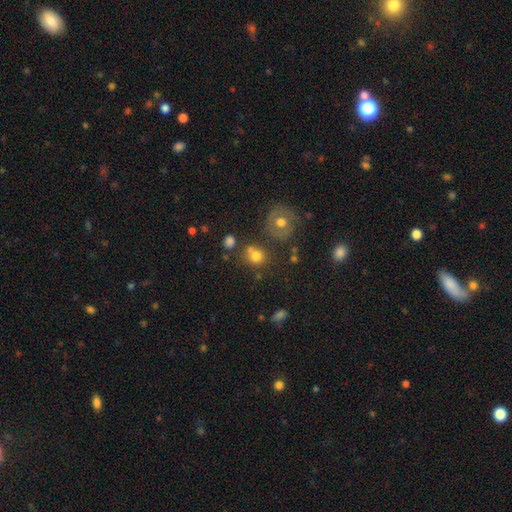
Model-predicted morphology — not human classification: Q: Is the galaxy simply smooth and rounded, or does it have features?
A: smooth — 75%.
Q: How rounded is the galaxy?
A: round — 75%.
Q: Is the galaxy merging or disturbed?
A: none — 60%.